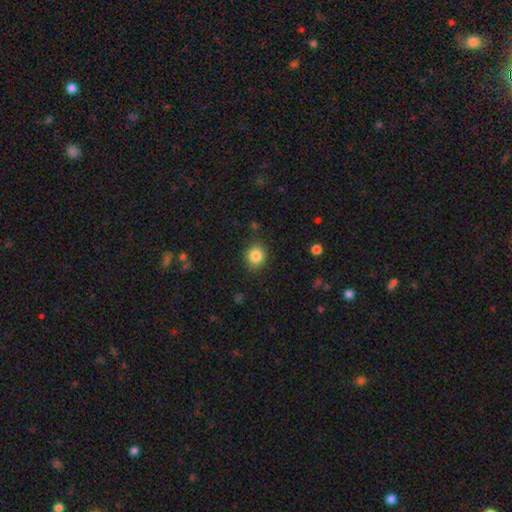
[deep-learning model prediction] This is clearly a smooth galaxy (85%). How rounded: likely round (77%). Merging: clearly none (87%).